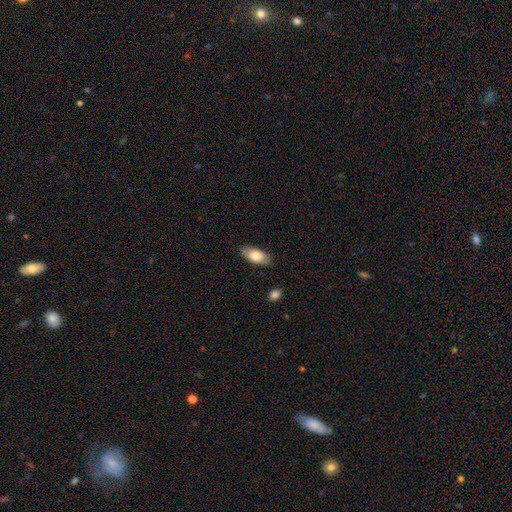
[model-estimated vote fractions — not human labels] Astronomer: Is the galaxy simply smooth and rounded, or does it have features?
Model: smooth — 79%.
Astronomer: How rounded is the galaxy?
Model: in between — 89%.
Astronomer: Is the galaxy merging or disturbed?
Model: none — 85%.